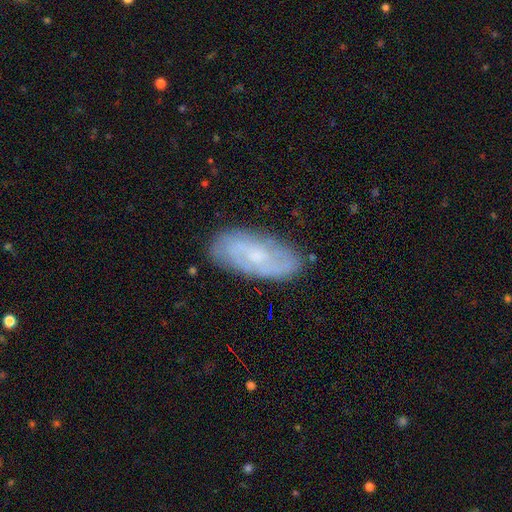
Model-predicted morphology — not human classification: This is likely a featured or disk galaxy (64%). It is clearly not viewed edge-on (91%). Bar: possibly no (59%). Spiral arm pattern: clearly yes (86%). Spiral arm count: marginally can't tell (40%, tied with 2). Spiral winding: possibly tight (50%). Central bulge: likely small (63%). Merging: clearly none (80%).